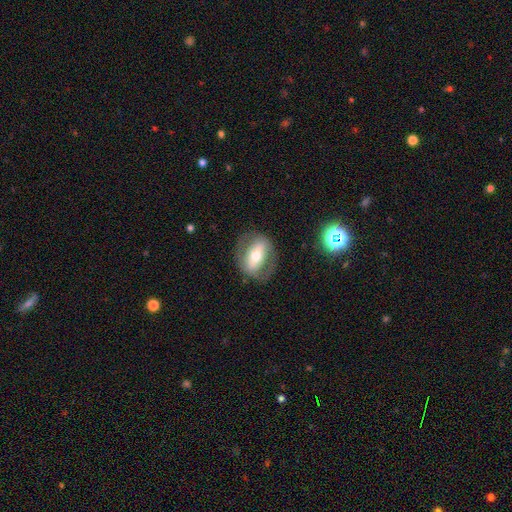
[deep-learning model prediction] Morphology: type=featured or disk (56%); edge-on=no (86%); merging=none (74%).